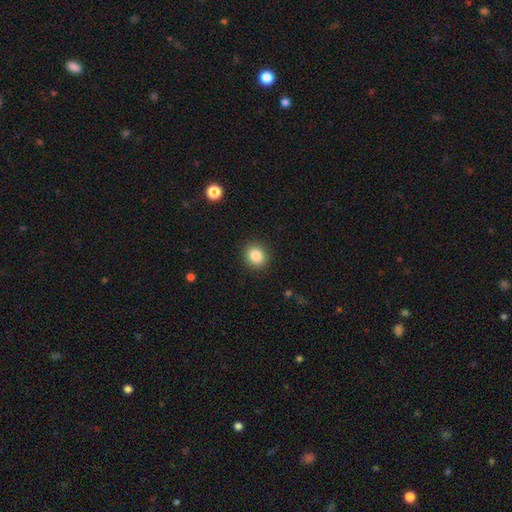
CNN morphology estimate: A smooth galaxy with no disk features (85%) that is round (73%). Merging: none (90%).